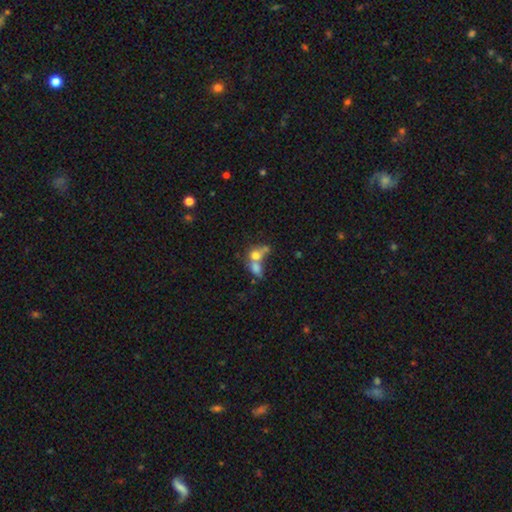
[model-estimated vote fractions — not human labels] Smooth or featured? Predicted: smooth (p=0.66). How rounded? Predicted: in between (p=0.52). Merging? Predicted: merger (p=0.66).